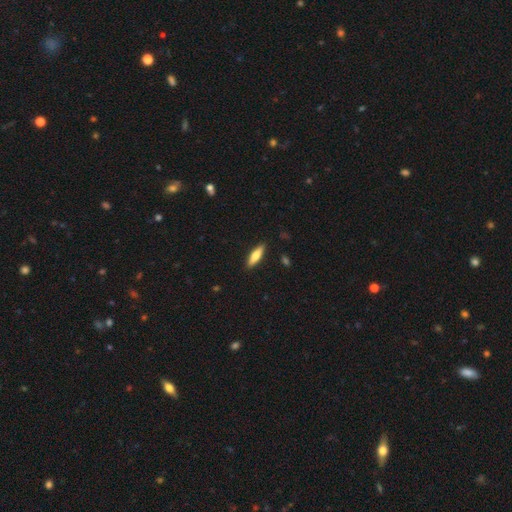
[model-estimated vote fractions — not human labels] A smooth galaxy with no disk features (70%) that is cigar-shaped (58%).

Vote fractions:
- Smooth or featured? smooth: 70% / featured or disk: 24% / star or artifact: 6%
- How rounded? cigar-shaped: 58% / in between: 40% / round: 2%
- Merging? none: 89% / minor disturbance: 8% / major disturbance: 2% / merger: 1%